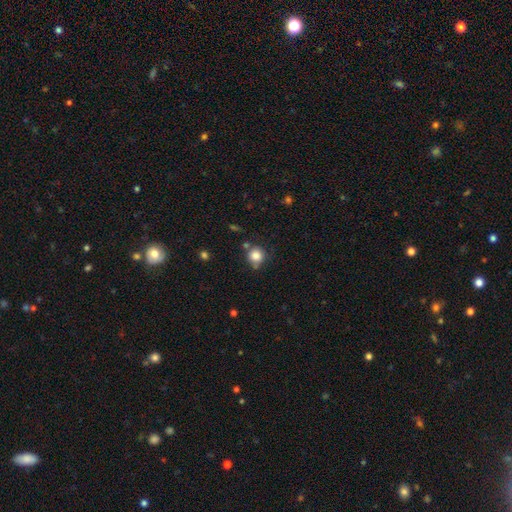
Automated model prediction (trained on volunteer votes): Q: Smooth or featured?
A: smooth (83%); runner-up: star or artifact (11%)
Q: How rounded?
A: round (88%); runner-up: in between (11%)
Q: Merging?
A: none (70%); runner-up: minor disturbance (16%)